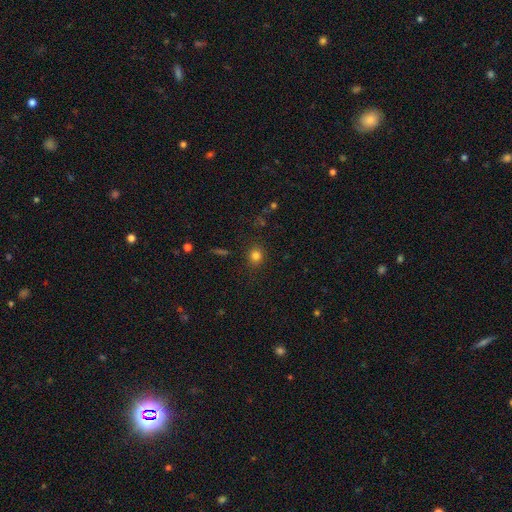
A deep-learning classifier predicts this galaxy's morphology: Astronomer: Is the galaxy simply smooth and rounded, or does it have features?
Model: smooth — 80%.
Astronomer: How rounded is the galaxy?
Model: round — 81%.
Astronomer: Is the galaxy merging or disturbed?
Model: none — 86%.